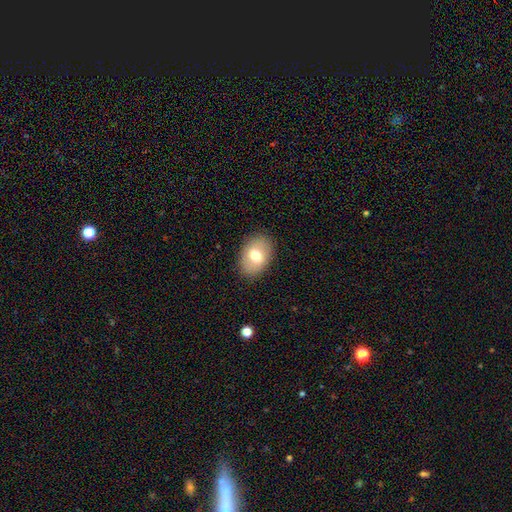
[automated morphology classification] A smooth galaxy with no disk features (71%) that is in between round and cigar-shaped (82%).

Vote fractions:
- Smooth or featured? smooth: 71% / featured or disk: 22% / star or artifact: 8%
- How rounded? in between: 82% / round: 17% / cigar-shaped: 1%
- Merging? none: 87% / minor disturbance: 9% / major disturbance: 2% / merger: 1%